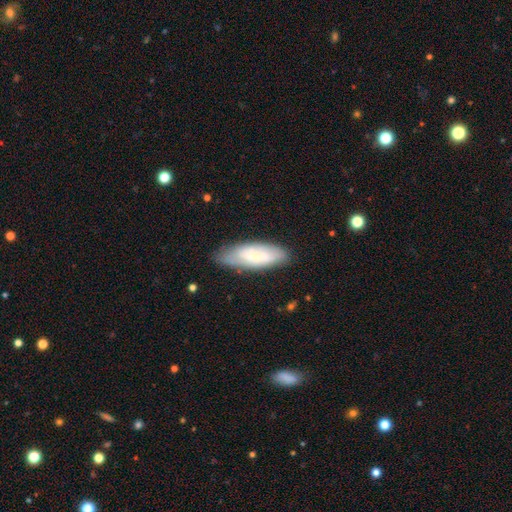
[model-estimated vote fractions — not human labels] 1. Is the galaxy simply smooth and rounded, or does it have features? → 65% smooth, 28% featured or disk, 7% star or artifact.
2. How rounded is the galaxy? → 64% in between, 35% cigar-shaped, 2% round.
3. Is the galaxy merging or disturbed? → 72% none, 21% minor disturbance, 5% major disturbance, 2% merger.